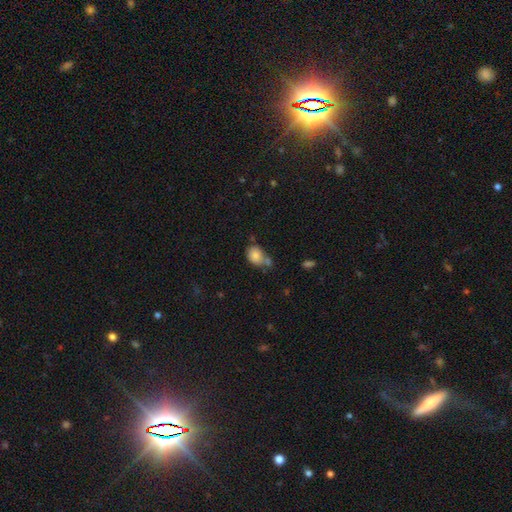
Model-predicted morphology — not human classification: smooth_or_featured: smooth (p=0.83) [alt: star or artifact p=0.09]
how_rounded: in between (p=0.53) [alt: round p=0.45]
merging: none (p=0.47) [alt: merger p=0.29]